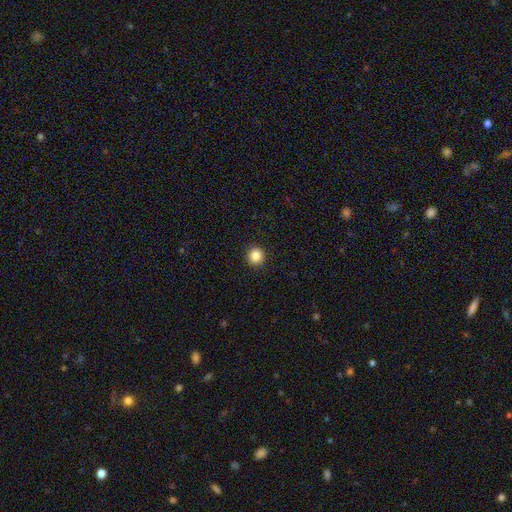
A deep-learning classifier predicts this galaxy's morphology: smooth 85%, star or artifact 11%, featured or disk 4%. Down the decision tree: how rounded — round (94%); merging — none (93%).